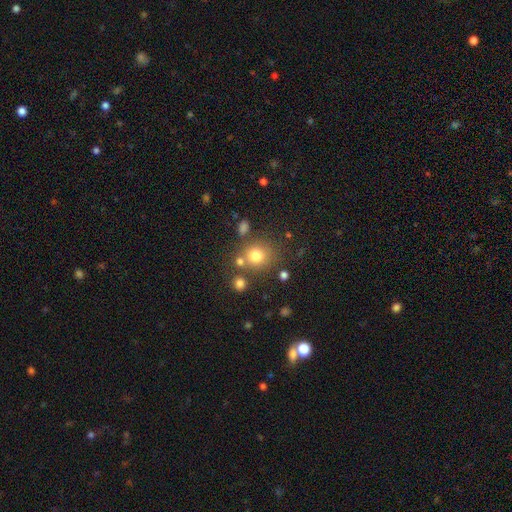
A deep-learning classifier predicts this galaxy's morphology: smooth_or_featured: smooth (p=0.76) [alt: star or artifact p=0.15]
how_rounded: round (p=0.81) [alt: in between p=0.18]
merging: none (p=0.69) [alt: merger p=0.14]